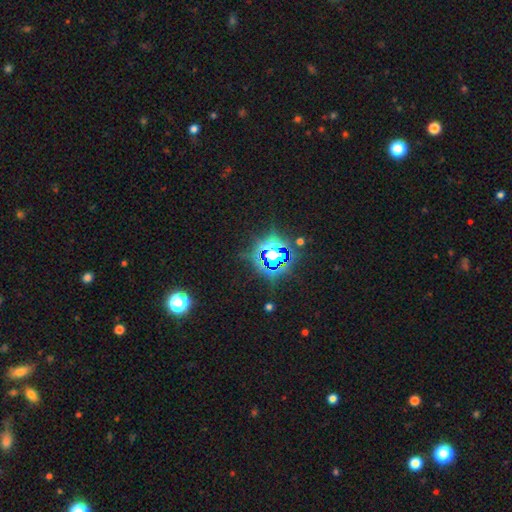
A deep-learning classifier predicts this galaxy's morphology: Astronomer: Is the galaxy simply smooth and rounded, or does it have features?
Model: star or artifact — 80%.